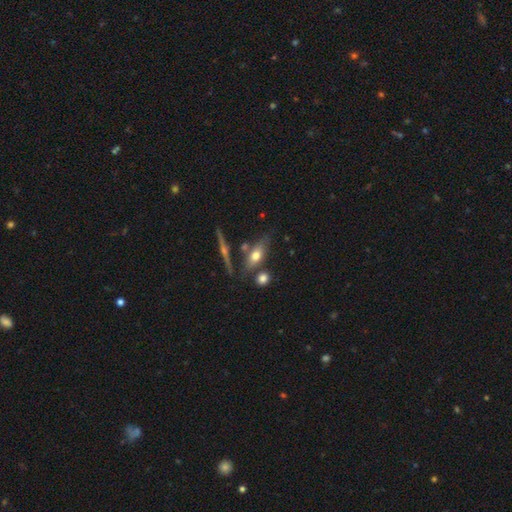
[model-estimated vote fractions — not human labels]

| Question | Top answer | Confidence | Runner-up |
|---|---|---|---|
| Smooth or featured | smooth | 52% | featured or disk (38%) |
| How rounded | in between | 66% | cigar-shaped (25%) |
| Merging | none | 65% | merger (15%) |